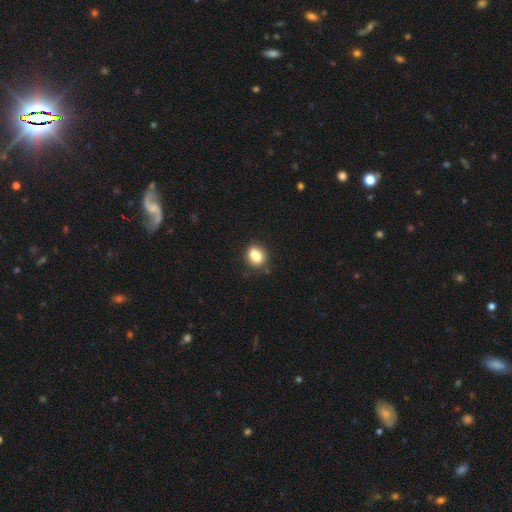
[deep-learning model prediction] Smooth or featured?
  - smooth: 80% *
  - featured or disk: 10%
  - star or artifact: 10%
How rounded?
  - round: 52% *
  - in between: 46%
  - cigar-shaped: 2%
Merging?
  - none: 61% *
  - minor disturbance: 19%
  - merger: 16%
  - major disturbance: 5%